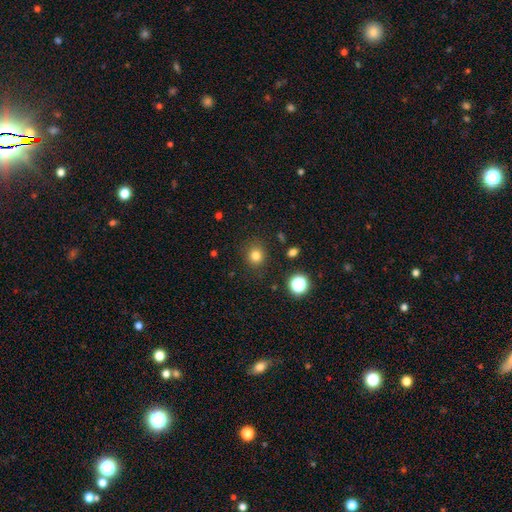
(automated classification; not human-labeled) Smooth or featured?
  - smooth: 80% *
  - star or artifact: 14%
  - featured or disk: 6%
How rounded?
  - round: 85% *
  - in between: 14%
  - cigar-shaped: 1%
Merging?
  - none: 87% *
  - minor disturbance: 8%
  - major disturbance: 3%
  - merger: 2%